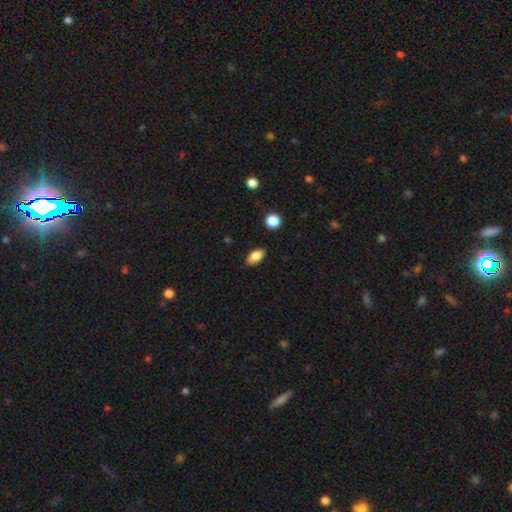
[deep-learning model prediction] smooth_or_featured: smooth (p=0.83) [alt: featured or disk p=0.09]
how_rounded: in between (p=0.89) [alt: cigar-shaped p=0.05]
merging: none (p=0.87) [alt: minor disturbance p=0.10]